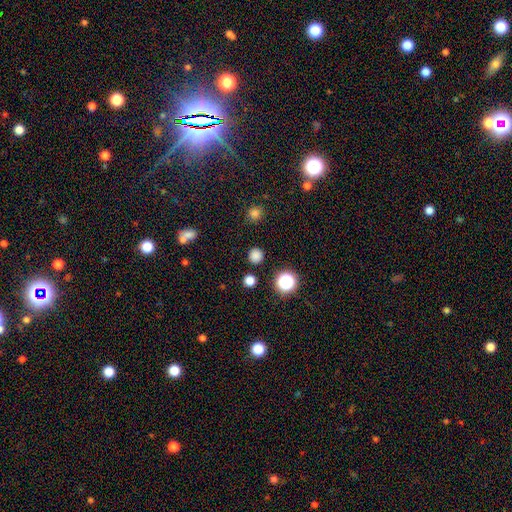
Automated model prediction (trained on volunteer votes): A smooth galaxy with no disk features (79%) that is round (93%). Merging: none (89%).